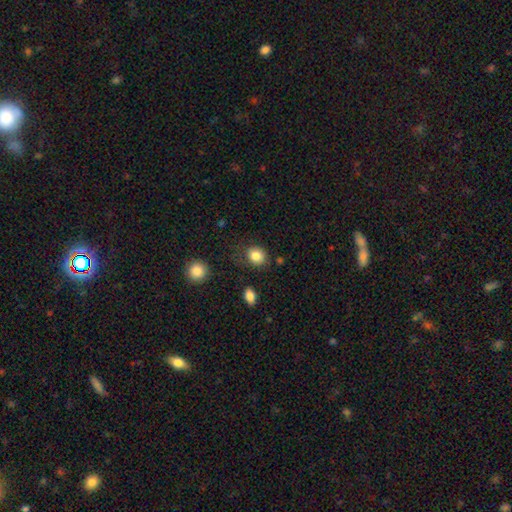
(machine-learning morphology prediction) This appears to be a smooth galaxy with no disk features (85%) that is round (64%). Merging: none (76%).